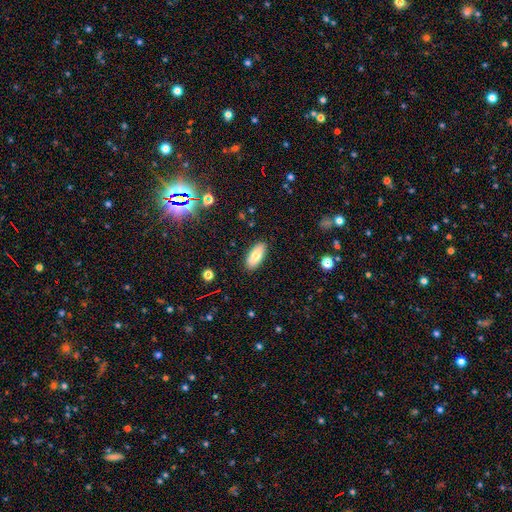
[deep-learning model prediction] smooth-or-featured: smooth: 77% | featured or disk: 15% | star or artifact: 8%
  how-rounded: in between: 88% | cigar-shaped: 10% | round: 2%
  merging: none: 88% | minor disturbance: 9% | major disturbance: 2% | merger: 1%